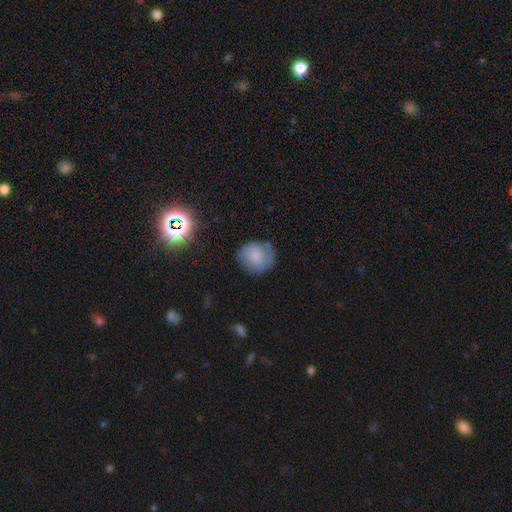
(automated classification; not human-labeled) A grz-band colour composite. It shows a smooth galaxy with no disk features (76%) that is round (79%). Merging: none (69%).